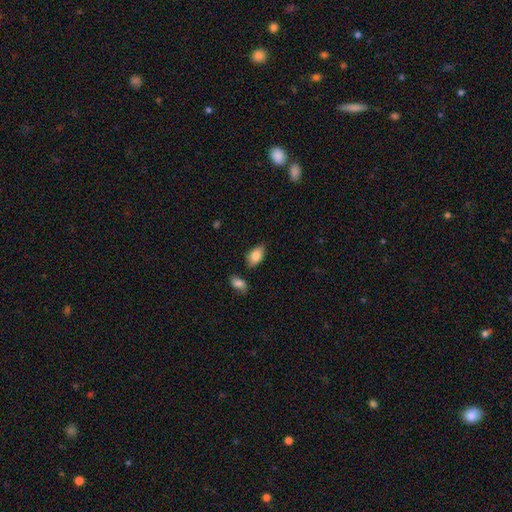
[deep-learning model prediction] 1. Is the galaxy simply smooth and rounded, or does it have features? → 85% smooth, 8% featured or disk, 7% star or artifact.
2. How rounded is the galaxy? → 92% in between, 6% round, 2% cigar-shaped.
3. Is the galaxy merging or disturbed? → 73% none, 19% minor disturbance, 5% merger, 3% major disturbance.